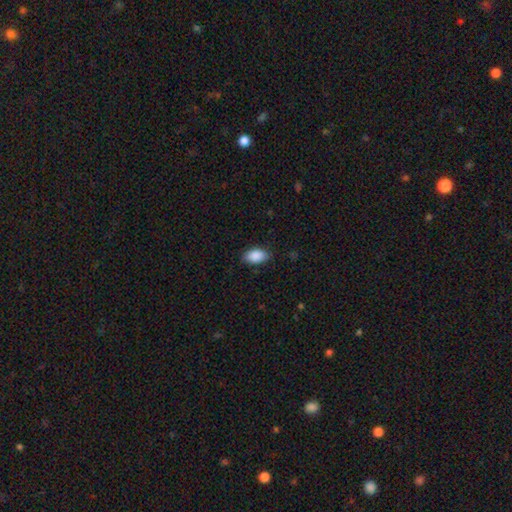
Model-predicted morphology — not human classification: This appears to be a smooth galaxy with no disk features (90%) that is in between round and cigar-shaped (93%). Merging: none (84%).